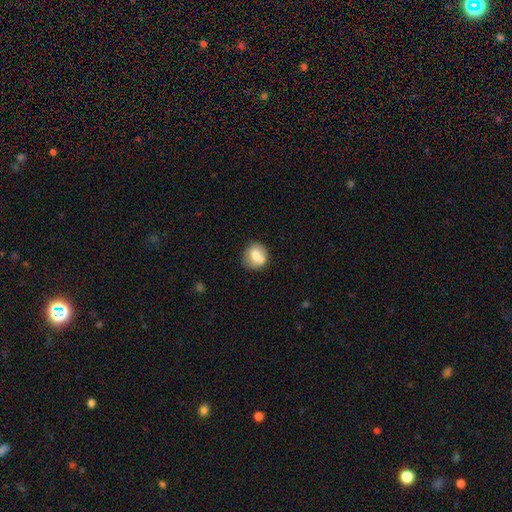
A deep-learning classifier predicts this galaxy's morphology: A smooth galaxy with no disk features (69%) that is round (76%). Merging: none (54%).